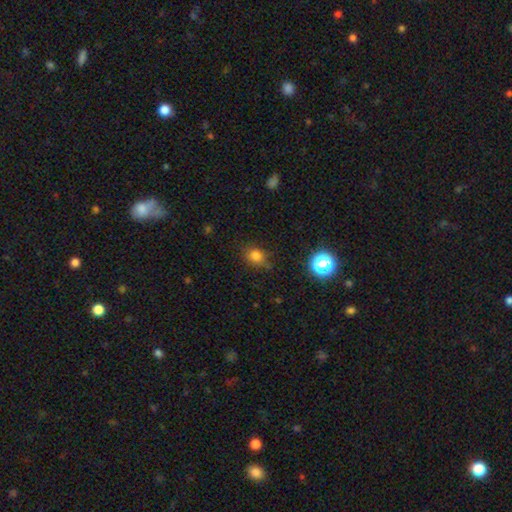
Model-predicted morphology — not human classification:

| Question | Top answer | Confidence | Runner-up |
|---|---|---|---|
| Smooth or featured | smooth | 77% | star or artifact (17%) |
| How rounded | round | 66% | in between (33%) |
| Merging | none | 73% | minor disturbance (20%) |